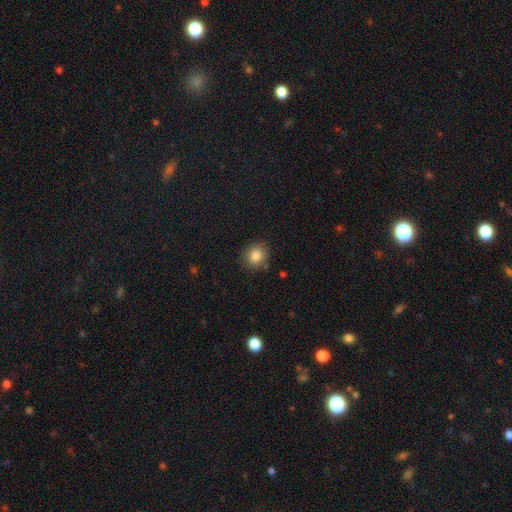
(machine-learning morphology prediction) smooth_or_featured: smooth (p=0.84) [alt: star or artifact p=0.10]
how_rounded: round (p=0.75) [alt: in between p=0.24]
merging: none (p=0.80) [alt: minor disturbance p=0.14]